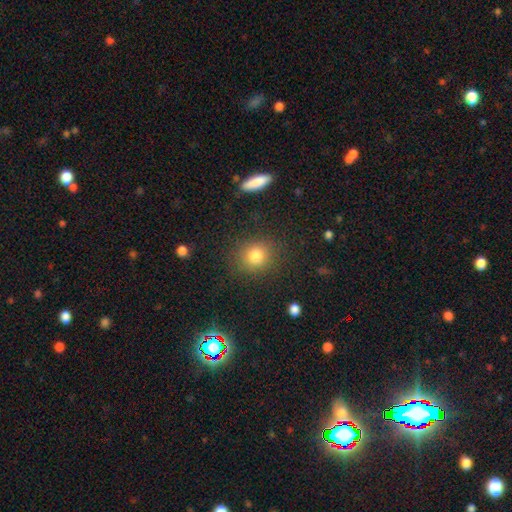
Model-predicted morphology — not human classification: The model was most divided on "how rounded": round: 81%, in between: 18%, cigar-shaped: 1%. More confident: merging — none (85%); smooth or featured — smooth (82%).